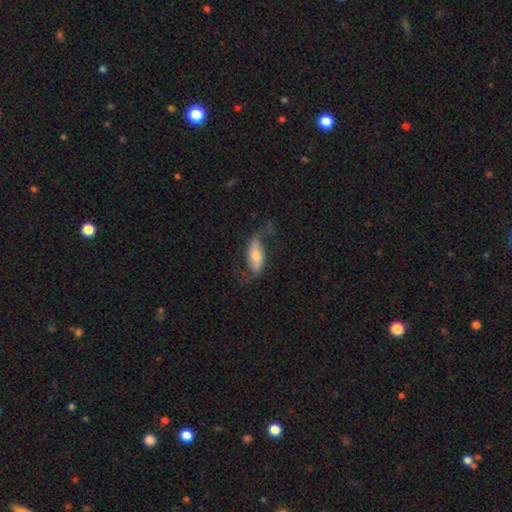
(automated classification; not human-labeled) Smooth or featured? Predicted: featured or disk (p=0.53). Edge-on disk? Predicted: no (p=0.83). Merging? Predicted: none (p=0.62).